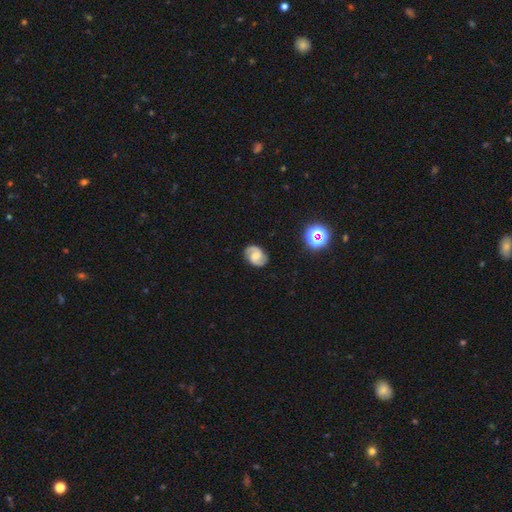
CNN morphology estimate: Overall: featured or disk (77%). Edge-on disk: no (98%). Bar: weak (48%; no 41%). Spiral arms: yes (96%). Spiral arm count: 2 (92%). Spiral winding: medium (53%; tight 27%). Bulge size: moderate (47%; small 33%). Merging: none (85%).